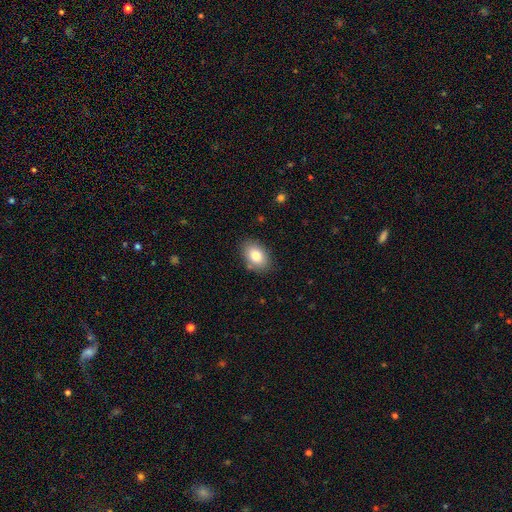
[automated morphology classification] Smooth or featured: smooth — 83% (featured or disk — 10%)
How rounded: in between — 85% (round — 13%)
Merging: none — 84% (minor disturbance — 11%)